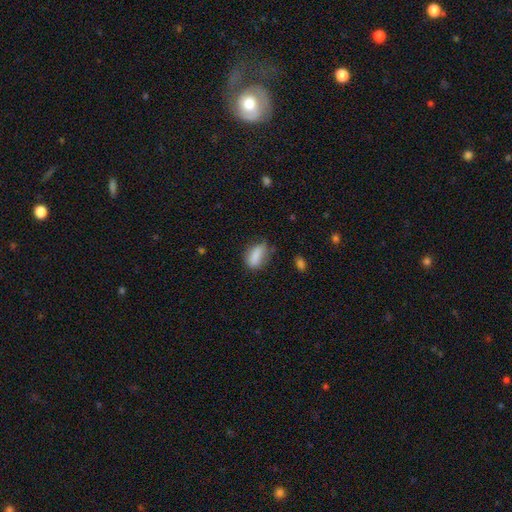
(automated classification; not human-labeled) Morphology: type=smooth (81%); roundness=in between (80%); merging=none (52%).